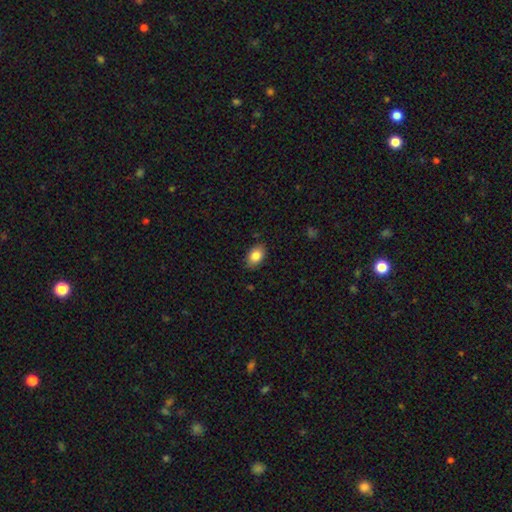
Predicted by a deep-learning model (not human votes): Smooth or featured: smooth — 85% (star or artifact — 8%)
How rounded: in between — 86% (round — 13%)
Merging: none — 83% (minor disturbance — 14%)